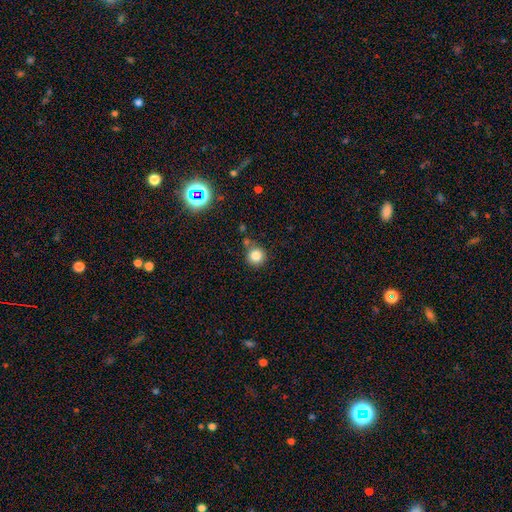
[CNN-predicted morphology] smooth 83%, star or artifact 11%, featured or disk 5%. Down the decision tree: how rounded — round (94%); merging — none (74%).